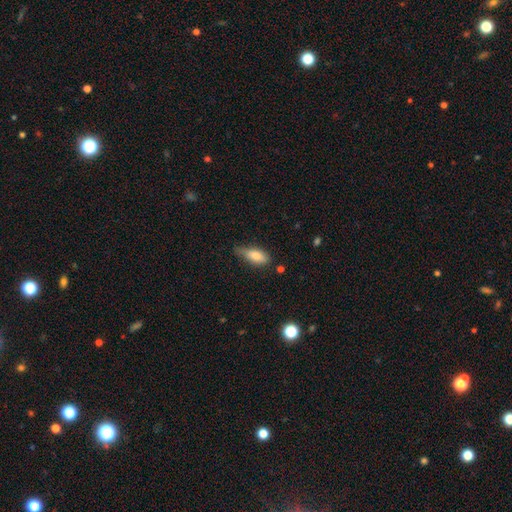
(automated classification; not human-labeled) Smooth or featured?
  - smooth: 76% *
  - featured or disk: 17%
  - star or artifact: 7%
How rounded?
  - in between: 77% *
  - cigar-shaped: 20%
  - round: 3%
Merging?
  - none: 52% *
  - minor disturbance: 38%
  - major disturbance: 8%
  - merger: 3%